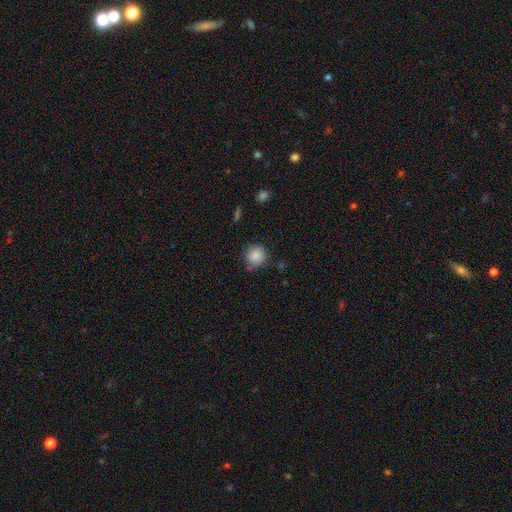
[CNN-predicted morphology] Smooth or featured? Predicted: smooth (p=0.86). How rounded? Predicted: round (p=0.91). Merging? Predicted: none (p=0.79).